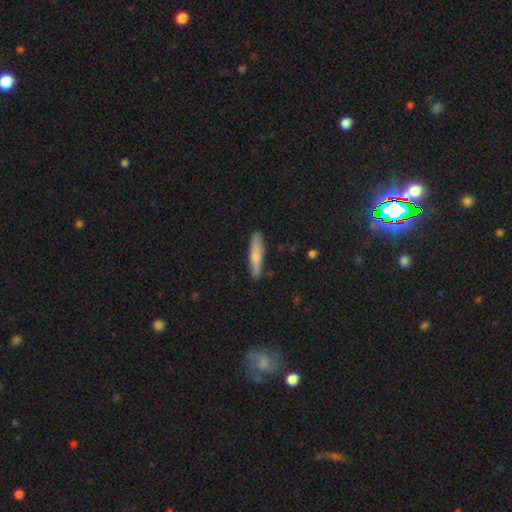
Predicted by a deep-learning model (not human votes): A smooth galaxy with no disk features (73%) that is cigar-shaped (88%). Merging: none (86%).